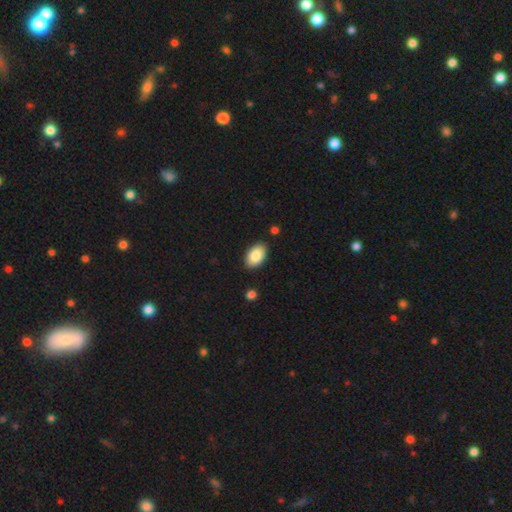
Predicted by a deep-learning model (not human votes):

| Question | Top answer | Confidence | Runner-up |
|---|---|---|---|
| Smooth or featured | smooth | 86% | featured or disk (7%) |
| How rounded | in between | 93% | round (6%) |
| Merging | none | 86% | minor disturbance (10%) |